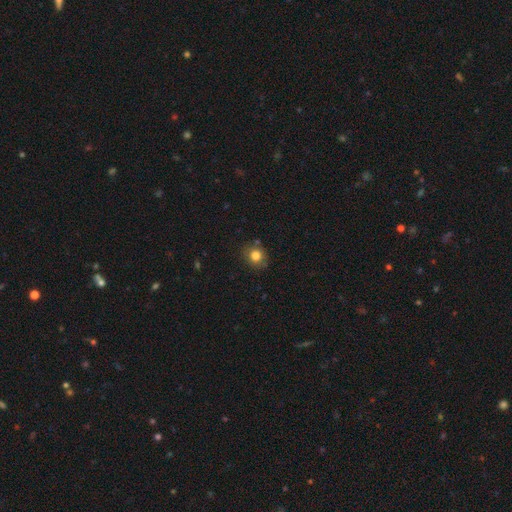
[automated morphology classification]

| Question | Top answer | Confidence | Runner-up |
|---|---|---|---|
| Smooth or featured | smooth | 81% | star or artifact (11%) |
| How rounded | round | 80% | in between (19%) |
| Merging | none | 81% | minor disturbance (13%) |